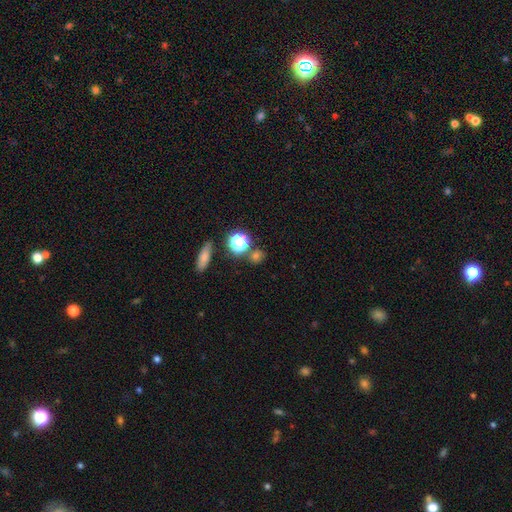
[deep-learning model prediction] Morphology: type=smooth (64%); roundness=round (82%); merging=none (78%).